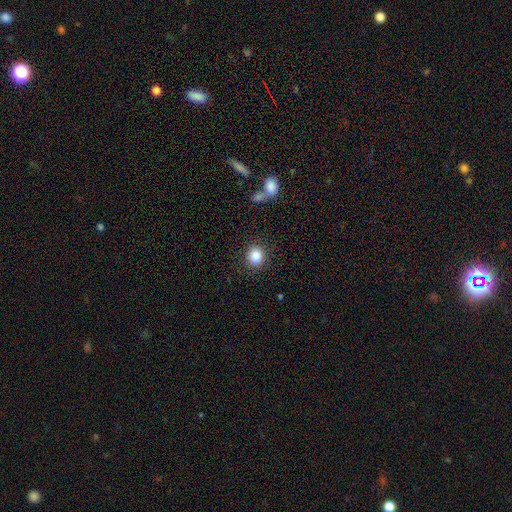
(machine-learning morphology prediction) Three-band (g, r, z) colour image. It shows a smooth galaxy with no disk features (86%) that is round (79%). Merging: none (87%).